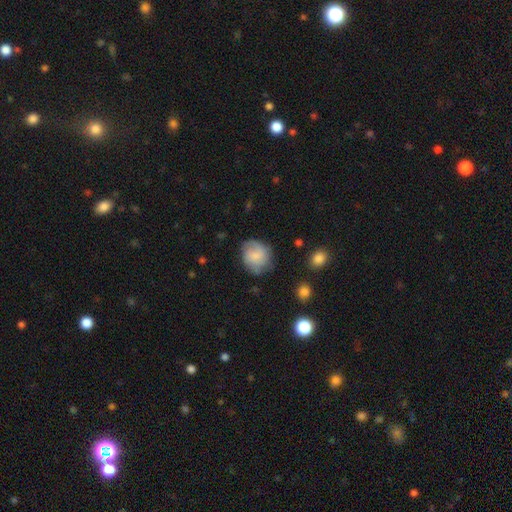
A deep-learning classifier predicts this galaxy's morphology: Smooth or featured: smooth — 61% (featured or disk — 31%)
How rounded: round — 74% (in between — 25%)
Merging: none — 70% (minor disturbance — 21%)